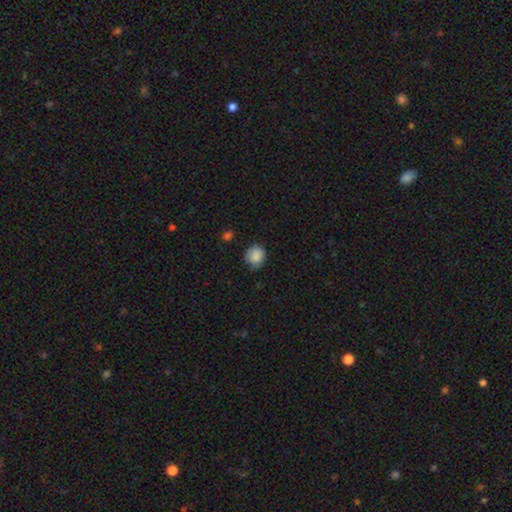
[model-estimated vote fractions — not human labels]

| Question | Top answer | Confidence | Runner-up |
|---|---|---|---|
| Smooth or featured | smooth | 88% | star or artifact (8%) |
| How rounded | round | 81% | in between (18%) |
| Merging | none | 73% | minor disturbance (21%) |